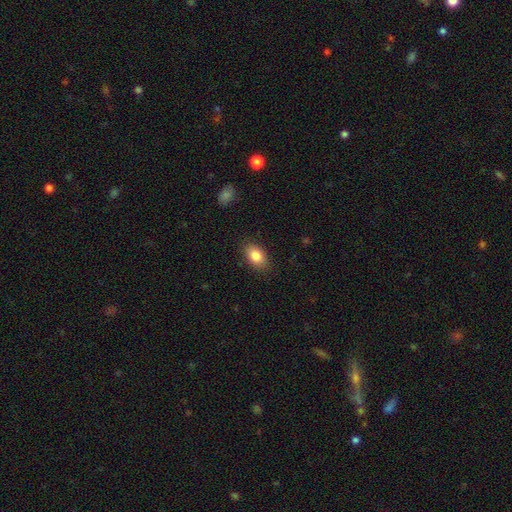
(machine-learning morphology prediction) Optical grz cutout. It shows a smooth galaxy with no disk features (85%) that is in between round and cigar-shaped (87%). Merging: none (86%).